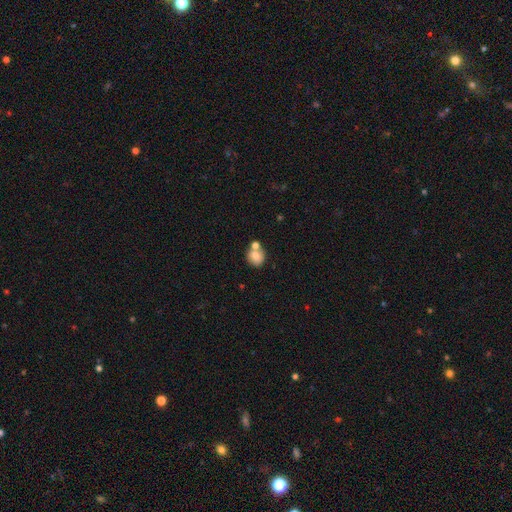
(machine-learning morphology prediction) Overall: smooth (78%). How rounded: round (75%). Merging: none (48%; merger 36%).